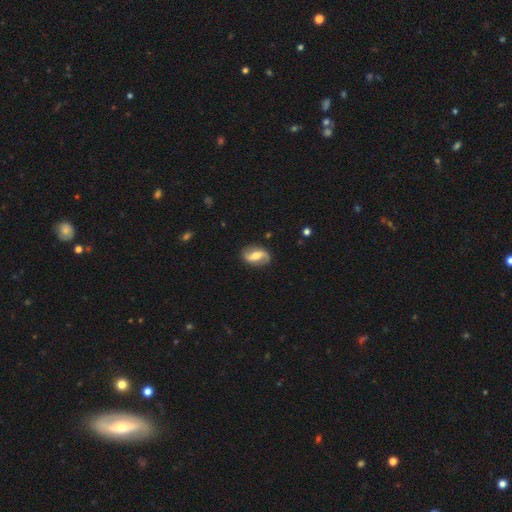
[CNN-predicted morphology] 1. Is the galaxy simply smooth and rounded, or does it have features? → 76% featured or disk, 18% smooth, 6% star or artifact.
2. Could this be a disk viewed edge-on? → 97% no, 3% yes.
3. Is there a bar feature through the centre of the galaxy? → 42% weak, 31% strong, 27% no.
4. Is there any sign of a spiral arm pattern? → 93% yes, 7% no.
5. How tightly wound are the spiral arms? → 64% loose, 26% medium, 10% tight.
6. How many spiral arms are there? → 89% 2, 5% 1, 3% can't tell, 1% 3, 1% 4, 1% more than 4.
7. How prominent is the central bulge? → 57% moderate, 27% small, 10% large, 5% none, 2% dominant.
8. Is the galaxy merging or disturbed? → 81% none, 13% minor disturbance, 4% major disturbance, 1% merger.